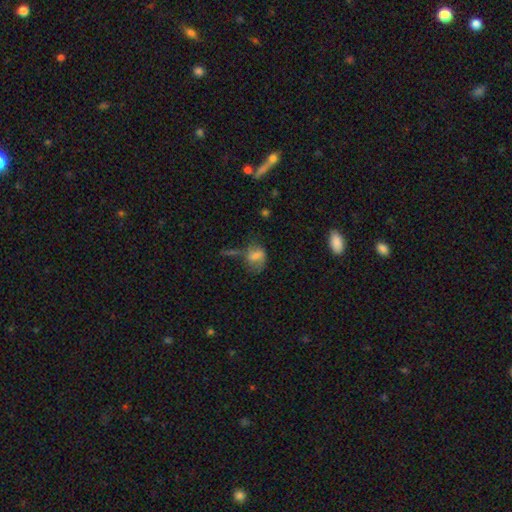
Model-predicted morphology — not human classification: This appears to be a smooth galaxy with no disk features (60%) that is in between round and cigar-shaped (65%). Merging: none (36%).